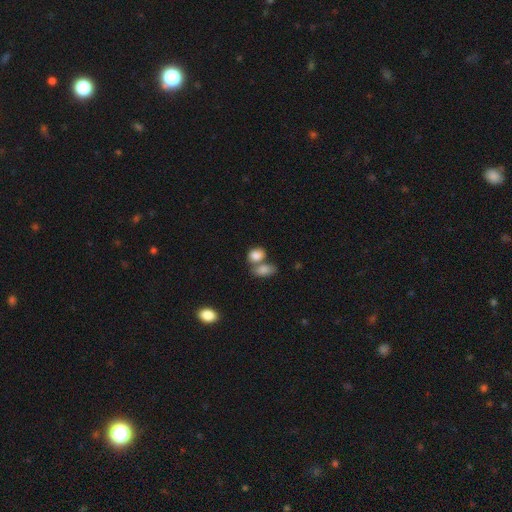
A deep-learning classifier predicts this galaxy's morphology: smooth-or-featured: smooth: 83% | star or artifact: 8% | featured or disk: 8%
  how-rounded: in between: 68% | round: 30% | cigar-shaped: 2%
  merging: merger: 51% | none: 34% | minor disturbance: 10% | major disturbance: 4%